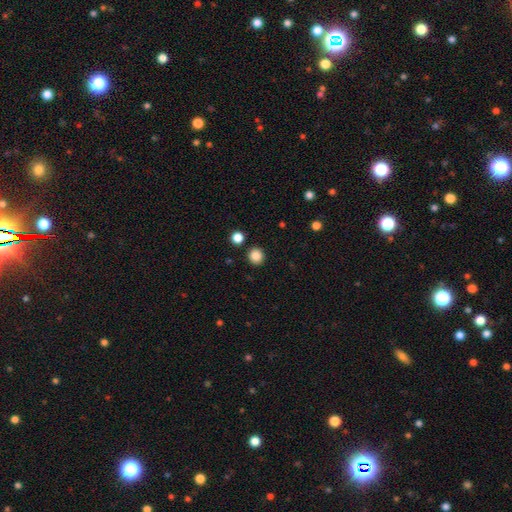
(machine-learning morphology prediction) smooth-or-featured: smooth: 87% | star or artifact: 10% | featured or disk: 3%
  how-rounded: round: 90% | in between: 9% | cigar-shaped: 1%
  merging: none: 90% | minor disturbance: 5% | merger: 3% | major disturbance: 2%